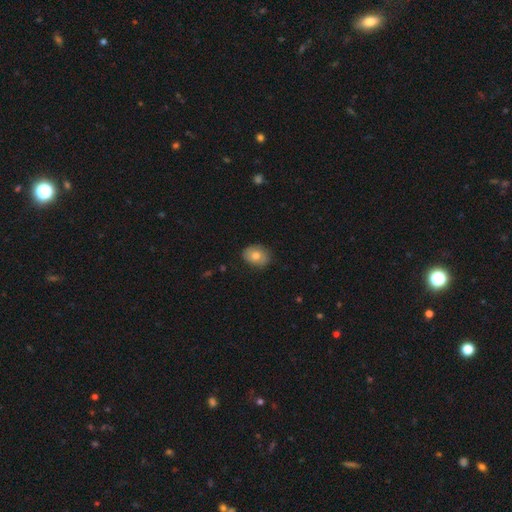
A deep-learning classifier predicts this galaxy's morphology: This is likely a smooth galaxy (73%). How rounded: possibly in between (56%). Merging: clearly none (81%).